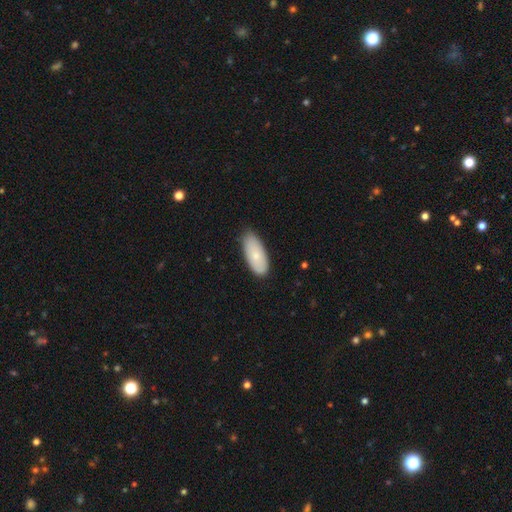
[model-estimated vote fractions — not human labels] Q: Smooth or featured?
A: smooth (77%); runner-up: featured or disk (17%)
Q: How rounded?
A: in between (87%); runner-up: cigar-shaped (11%)
Q: Merging?
A: none (81%); runner-up: minor disturbance (16%)